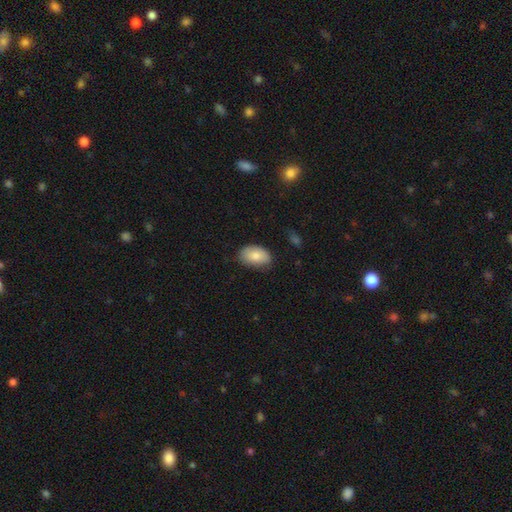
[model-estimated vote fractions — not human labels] Morphology: type=smooth (82%); roundness=in between (91%); merging=none (75%).